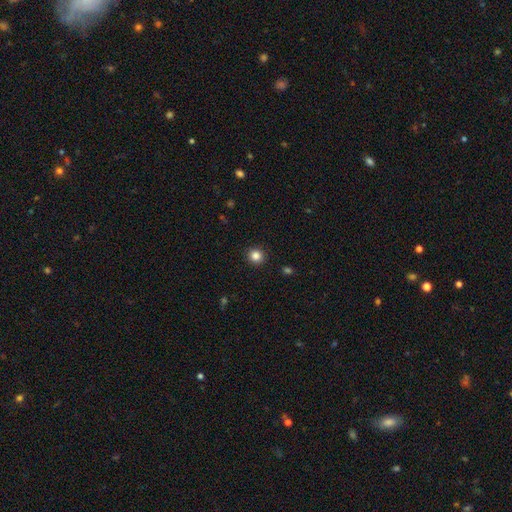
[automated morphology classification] The model was most divided on "smooth or featured": smooth: 85%, star or artifact: 11%, featured or disk: 4%. More confident: merging — none (92%); how rounded — round (91%).